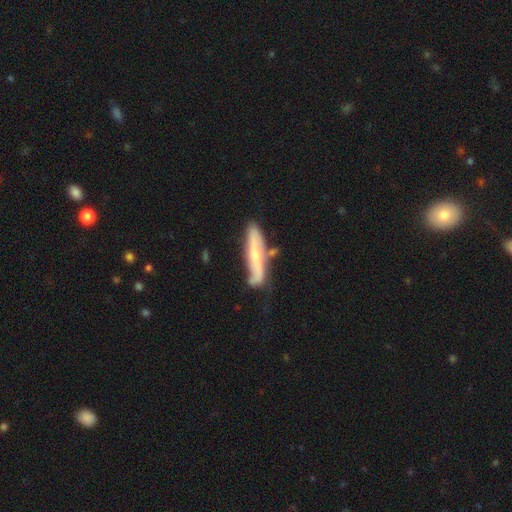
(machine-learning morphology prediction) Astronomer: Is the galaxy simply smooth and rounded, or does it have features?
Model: featured or disk — 54% (runner-up: smooth, 40%).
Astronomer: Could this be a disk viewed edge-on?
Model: yes — 61% (runner-up: no, 39%).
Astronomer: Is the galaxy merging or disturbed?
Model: none — 64%.